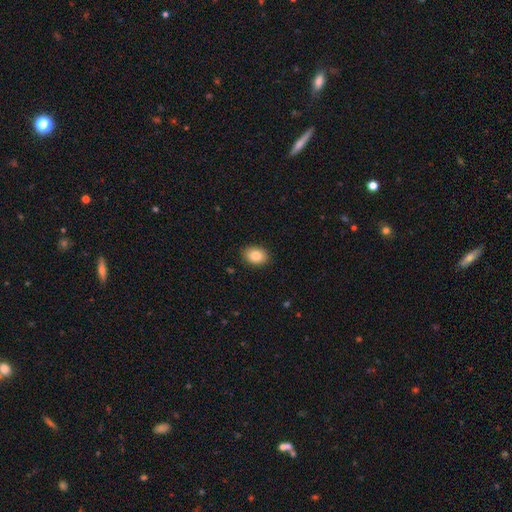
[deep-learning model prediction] smooth_or_featured: smooth (p=0.86) [alt: star or artifact p=0.08]
how_rounded: in between (p=0.74) [alt: round p=0.25]
merging: none (p=0.89) [alt: minor disturbance p=0.08]